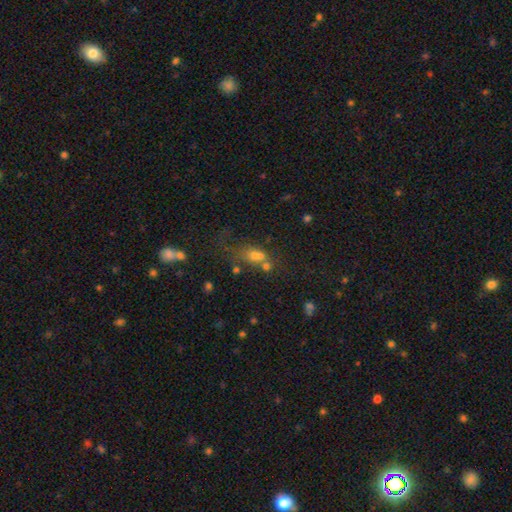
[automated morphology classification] This is possibly a smooth galaxy (60%). How rounded: possibly in between (57%). Merging: marginally merger (42%).